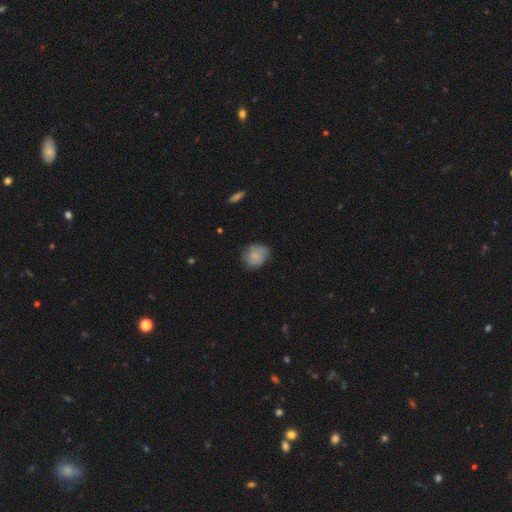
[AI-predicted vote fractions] Smooth or featured: smooth — 64% (featured or disk — 27%)
How rounded: round — 63% (in between — 36%)
Merging: none — 69% (minor disturbance — 23%)